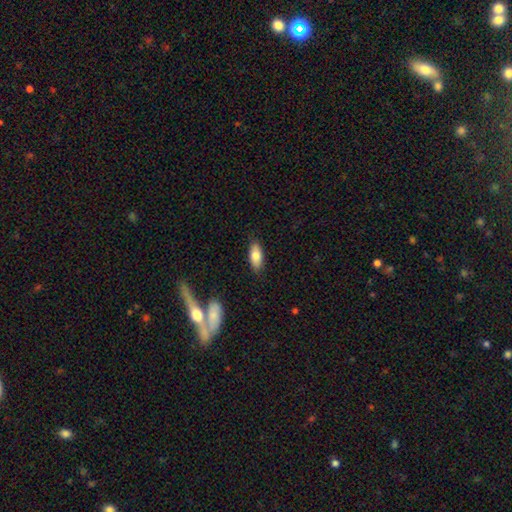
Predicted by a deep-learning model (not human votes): Morphology: type=smooth (79%); roundness=in between (85%); merging=none (86%).